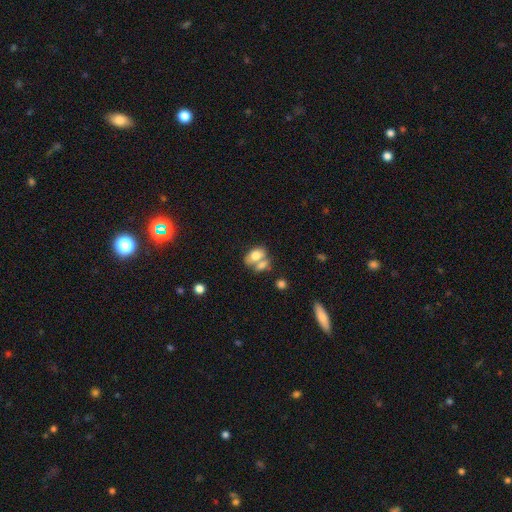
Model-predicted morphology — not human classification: smooth_or_featured: smooth (p=0.73) [alt: featured or disk p=0.19]
how_rounded: in between (p=0.81) [alt: round p=0.17]
merging: merger (p=0.54) [alt: none p=0.29]